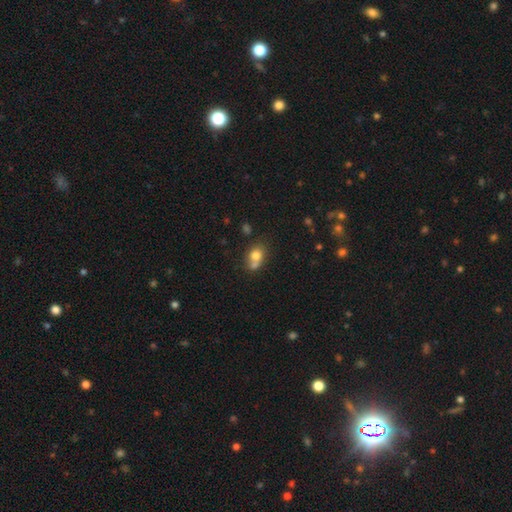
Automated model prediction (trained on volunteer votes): Q: Smooth or featured?
A: smooth (75%); runner-up: featured or disk (15%)
Q: How rounded?
A: round (57%); runner-up: in between (42%)
Q: Merging?
A: merger (46%); runner-up: none (37%)